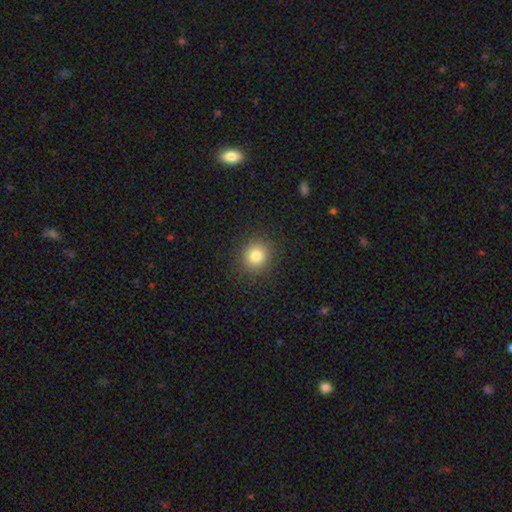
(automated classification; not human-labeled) Smooth or featured? smooth (81%)
How rounded? round (86%)
Merging? none (90%)